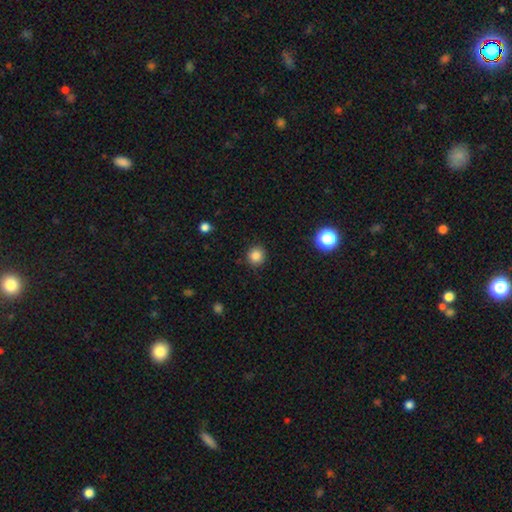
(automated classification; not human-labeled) smooth 84%, star or artifact 11%, featured or disk 4%. Down the decision tree: how rounded — round (92%); merging — none (90%).